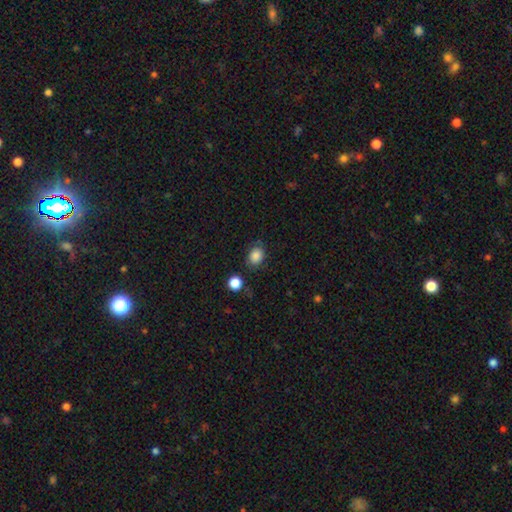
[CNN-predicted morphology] smooth-or-featured: smooth: 83% | star or artifact: 10% | featured or disk: 7%
  how-rounded: in between: 53% | round: 46% | cigar-shaped: 1%
  merging: none: 73% | minor disturbance: 18% | major disturbance: 5% | merger: 4%